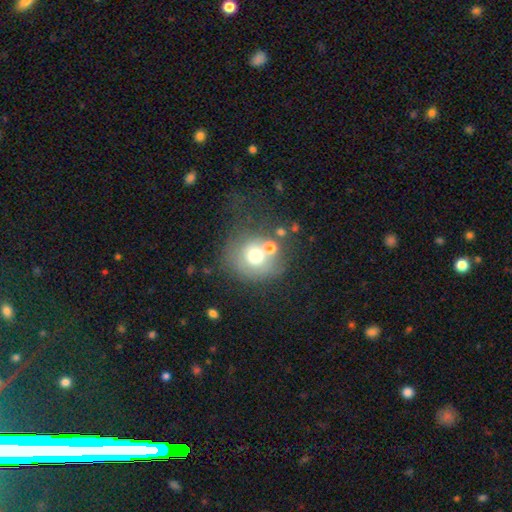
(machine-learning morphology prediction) Smooth or featured?
  - smooth: 64% *
  - featured or disk: 22%
  - star or artifact: 14%
How rounded?
  - round: 87% *
  - in between: 12%
  - cigar-shaped: 1%
Merging?
  - none: 49% *
  - merger: 25%
  - minor disturbance: 14%
  - major disturbance: 12%